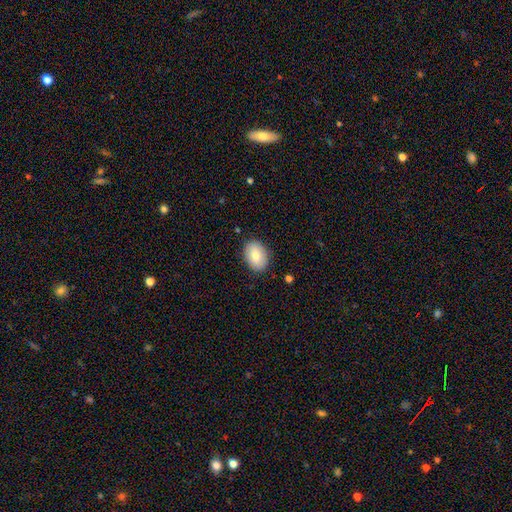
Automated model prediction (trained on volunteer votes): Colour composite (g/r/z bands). It shows a smooth galaxy with no disk features (79%) that is in between round and cigar-shaped (80%). Merging: none (87%).